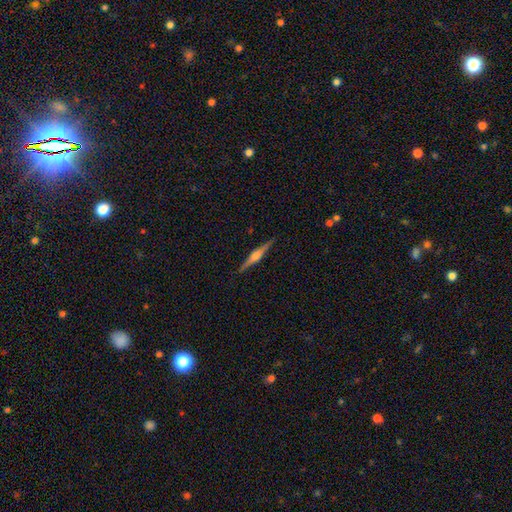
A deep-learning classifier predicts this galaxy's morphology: A featured or disk galaxy (76%) viewed edge-on (98%) with a rounded central bulge (78%). Merging: none (91%).